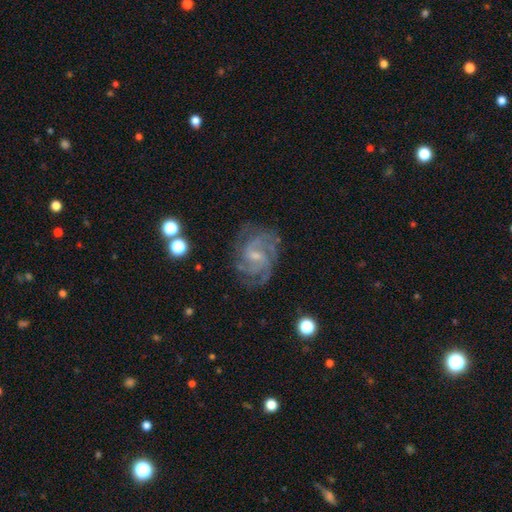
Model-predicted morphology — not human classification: This appears to be a featured or disk galaxy (87%) with a weak bar (52%), 3 (30%) medium (45%, tied with tight) spiral arms (97%) and a small central bulge (61%). Merging: none (72%).